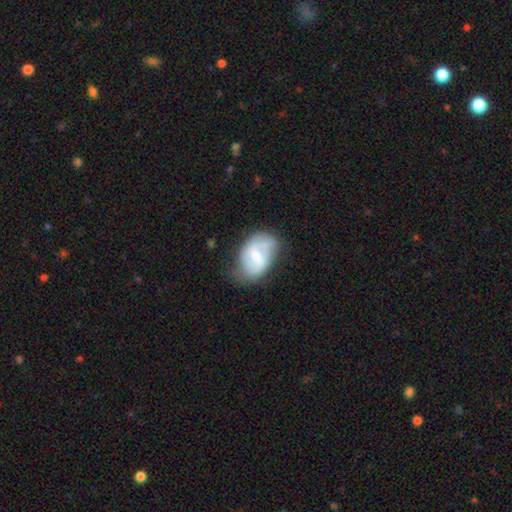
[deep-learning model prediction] A featured or disk galaxy (55%) with a weak bar (55%), spiral arms (61%) and a moderate central bulge (51%). Merging: none (50%).